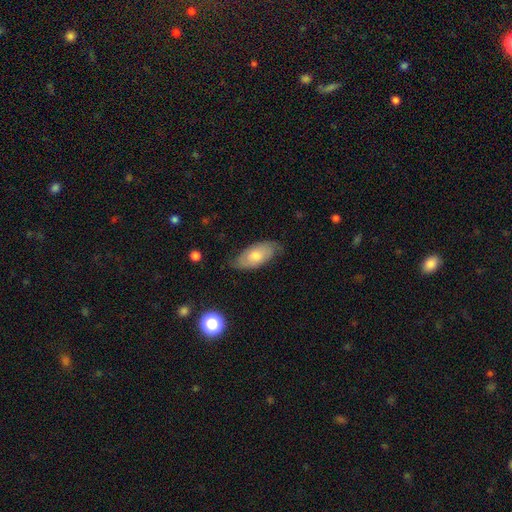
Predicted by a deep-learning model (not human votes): Overall: smooth (60%; featured or disk 33%). How rounded: in between (90%). Merging: none (73%).